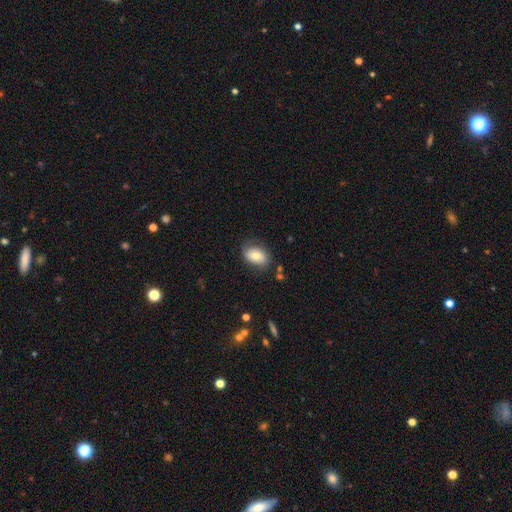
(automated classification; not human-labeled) The model was most divided on "smooth or featured": smooth: 66%, featured or disk: 26%, star or artifact: 8%. More confident: how rounded — in between (83%); merging — none (68%).